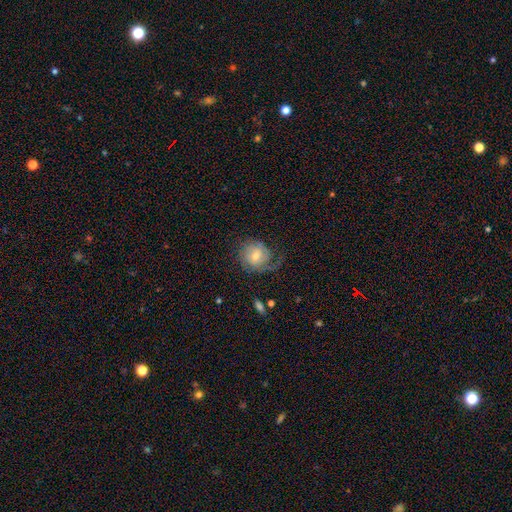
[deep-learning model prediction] Overall: featured or disk (60%; smooth 33%). Edge-on disk: no (97%). Bar: no (63%; weak 32%). Spiral arms: yes (87%). Spiral arm count: 1 (37%; 2 30%). Spiral winding: tight (45%; medium 32%). Bulge size: moderate (53%; small 40%). Merging: none (50%; major disturbance 26%).